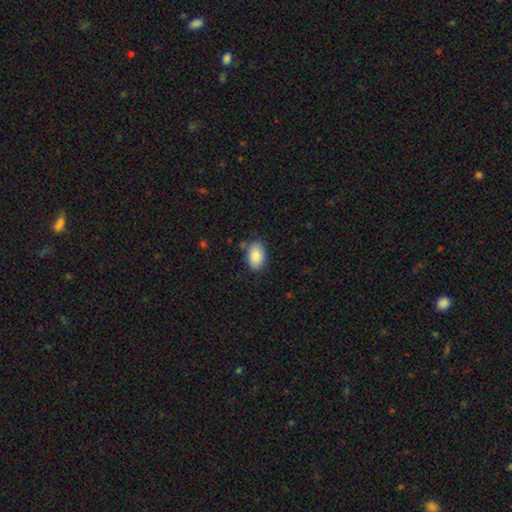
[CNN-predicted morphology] Smooth or featured? Predicted: smooth (p=0.87). How rounded? Predicted: in between (p=0.90). Merging? Predicted: none (p=0.80).